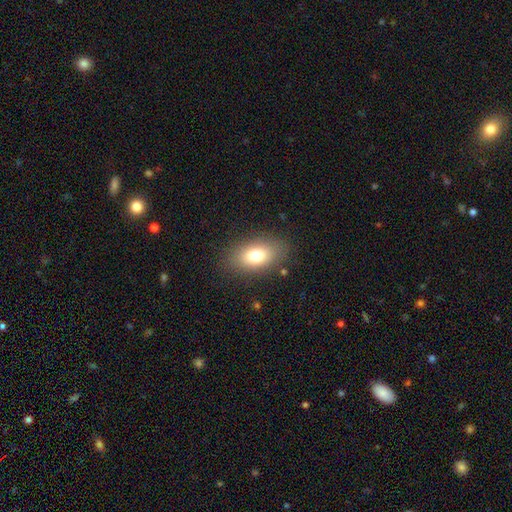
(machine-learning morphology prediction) smooth-or-featured: smooth: 75% | featured or disk: 15% | star or artifact: 10%
  how-rounded: in between: 86% | round: 11% | cigar-shaped: 3%
  merging: none: 84% | minor disturbance: 11% | major disturbance: 4% | merger: 1%